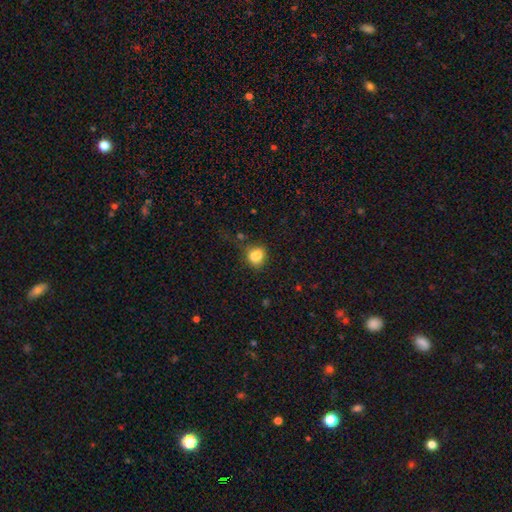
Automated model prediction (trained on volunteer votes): smooth_or_featured: smooth (p=0.80) [alt: star or artifact p=0.11]
how_rounded: round (p=0.53) [alt: in between p=0.46]
merging: none (p=0.52) [alt: minor disturbance p=0.23]